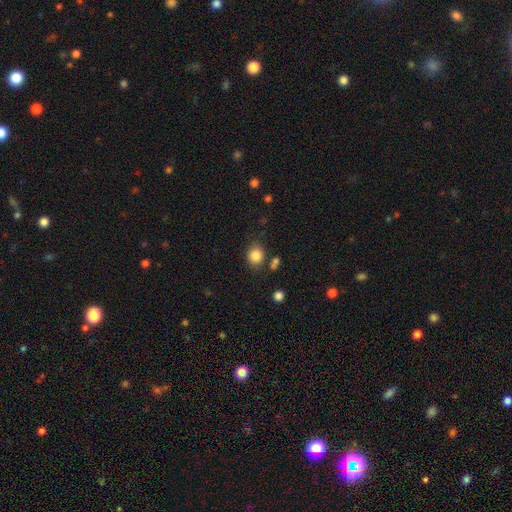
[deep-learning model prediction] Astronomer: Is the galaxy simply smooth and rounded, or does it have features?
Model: smooth — 85%.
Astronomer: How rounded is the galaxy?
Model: round — 68%.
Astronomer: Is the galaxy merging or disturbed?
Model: none — 74%.